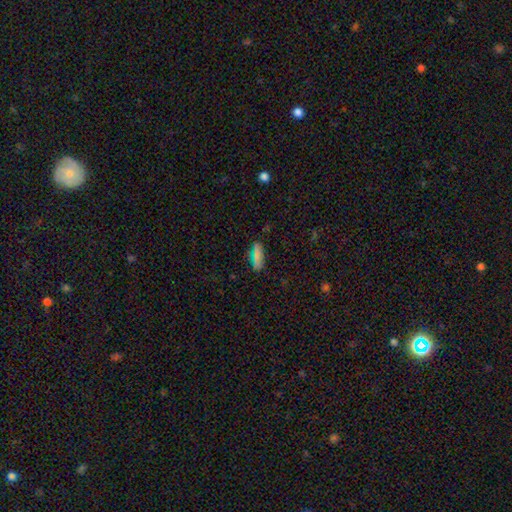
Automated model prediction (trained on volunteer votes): This appears to be a smooth galaxy with no disk features (75%) that is in between round and cigar-shaped (53%). Merging: none (83%).